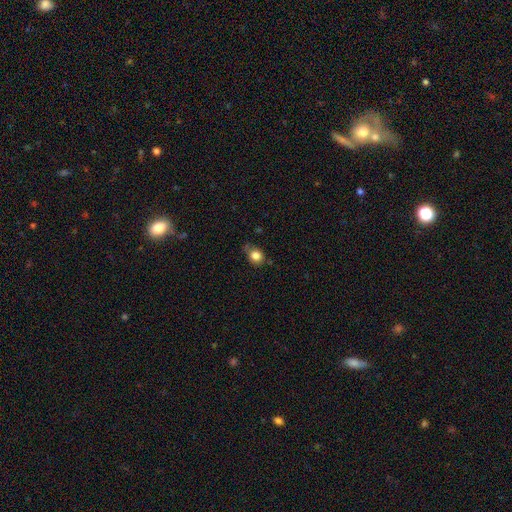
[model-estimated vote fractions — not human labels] A smooth galaxy with no disk features (83%) that is round (67%). Merging: none (61%).